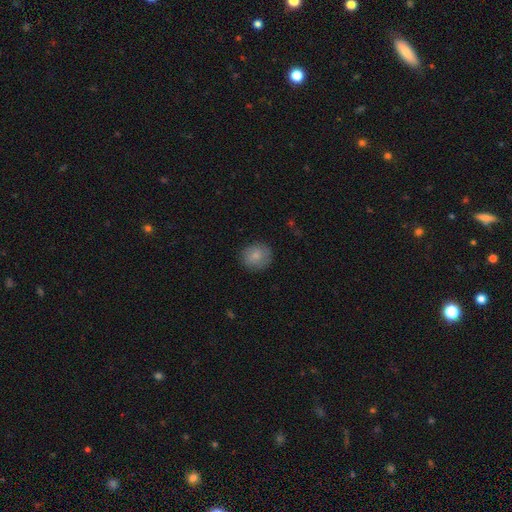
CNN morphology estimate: Smooth or featured? smooth (83%)
How rounded? round (82%)
Merging? none (84%)